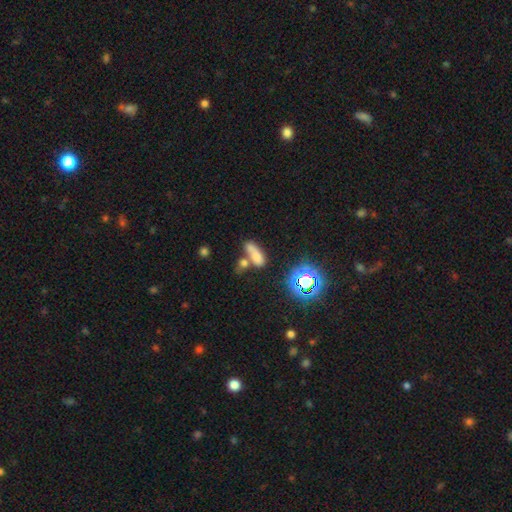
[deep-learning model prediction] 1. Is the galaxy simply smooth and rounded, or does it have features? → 65% smooth, 20% star or artifact, 15% featured or disk.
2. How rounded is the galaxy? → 69% in between, 21% cigar-shaped, 10% round.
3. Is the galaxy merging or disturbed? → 49% merger, 30% none, 12% minor disturbance, 9% major disturbance.